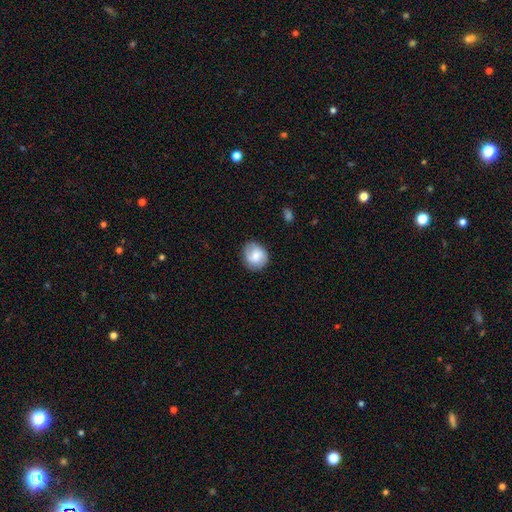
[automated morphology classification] type=smooth (62%); roundness=round (81%); merging=none (81%).